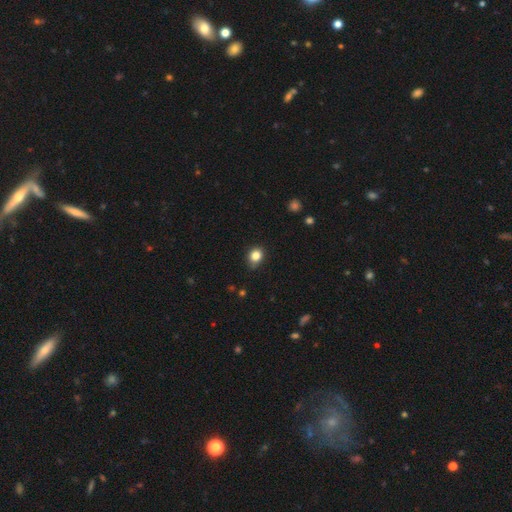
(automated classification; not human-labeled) Q: Smooth or featured?
A: smooth (83%); runner-up: star or artifact (11%)
Q: How rounded?
A: round (60%); runner-up: in between (39%)
Q: Merging?
A: none (78%); runner-up: minor disturbance (18%)